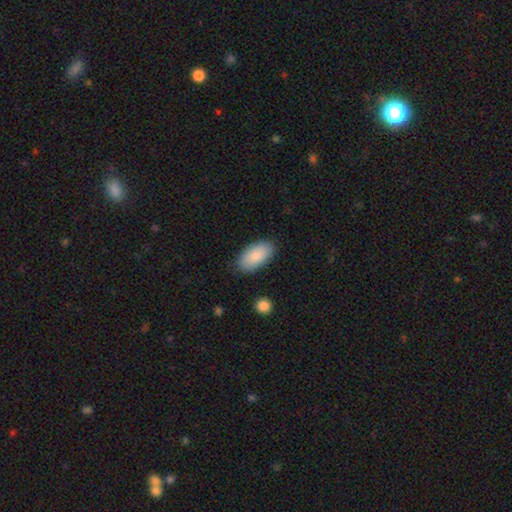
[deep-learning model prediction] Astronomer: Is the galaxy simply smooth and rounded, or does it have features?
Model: smooth — 86%.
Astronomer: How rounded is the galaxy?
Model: in between — 94%.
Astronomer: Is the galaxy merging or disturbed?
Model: none — 85%.